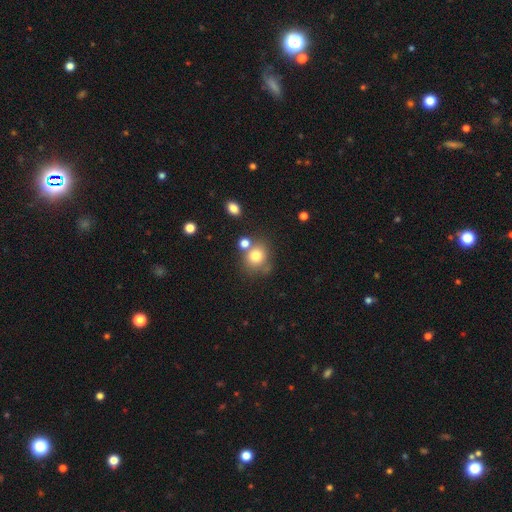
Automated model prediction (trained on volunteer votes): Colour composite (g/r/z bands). It shows a smooth galaxy with no disk features (77%) that is round (79%). Merging: none (61%).